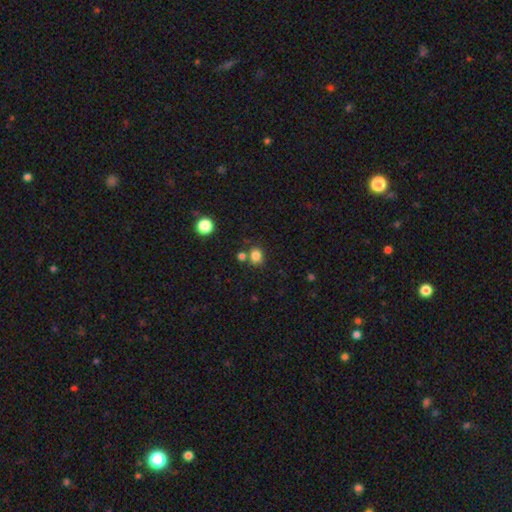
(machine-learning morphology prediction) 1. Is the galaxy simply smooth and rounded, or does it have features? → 83% smooth, 13% star or artifact, 5% featured or disk.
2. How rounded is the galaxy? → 73% round, 26% in between, 1% cigar-shaped.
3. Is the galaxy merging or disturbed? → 69% none, 16% merger, 10% minor disturbance, 4% major disturbance.